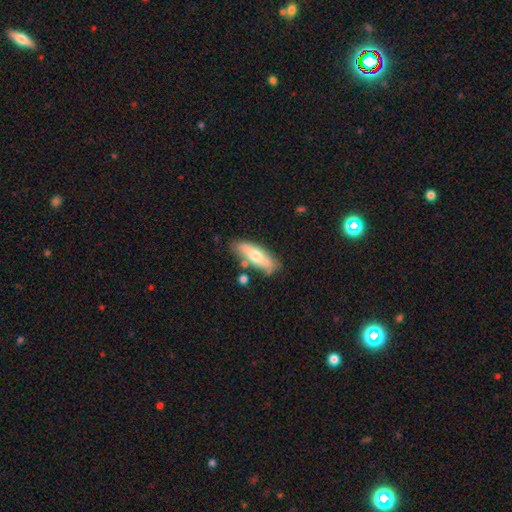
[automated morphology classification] A smooth galaxy with no disk features (59%) that is in between round and cigar-shaped (53%).

Vote fractions:
- Smooth or featured? smooth: 59% / featured or disk: 35% / star or artifact: 6%
- How rounded? in between: 53% / cigar-shaped: 45% / round: 2%
- Merging? none: 73% / minor disturbance: 16% / merger: 7% / major disturbance: 4%